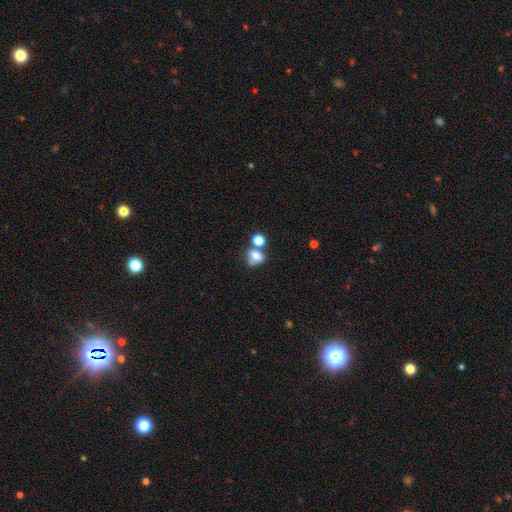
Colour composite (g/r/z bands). It shows a smooth galaxy with no disk features (72%) that is in between round and cigar-shaped (72%). Merging: none (33%, tied with merger).